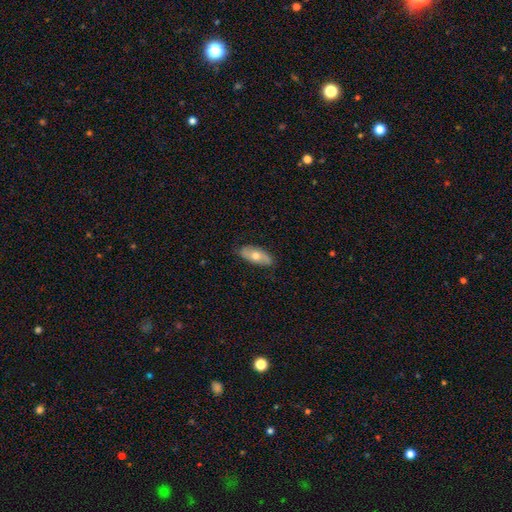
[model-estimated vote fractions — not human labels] smooth-or-featured: smooth: 55% | featured or disk: 39% | star or artifact: 6%
  how-rounded: in between: 85% | cigar-shaped: 11% | round: 4%
  merging: none: 81% | minor disturbance: 15% | major disturbance: 3% | merger: 1%